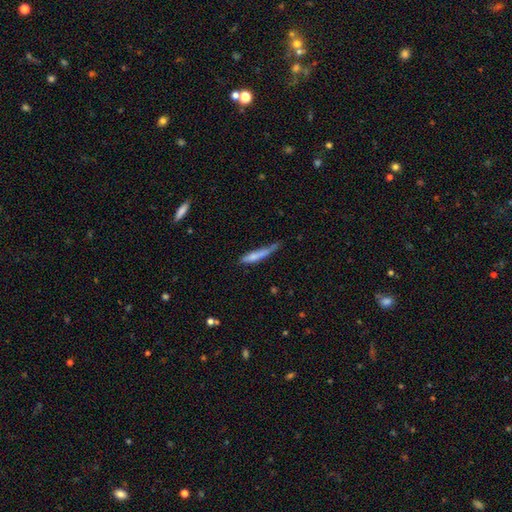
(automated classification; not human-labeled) A smooth galaxy with no disk features (67%) that is cigar-shaped (90%).

Vote fractions:
- Smooth or featured? smooth: 67% / featured or disk: 26% / star or artifact: 7%
- How rounded? cigar-shaped: 90% / in between: 9% / round: 2%
- Merging? none: 43% / minor disturbance: 35% / major disturbance: 16% / merger: 6%